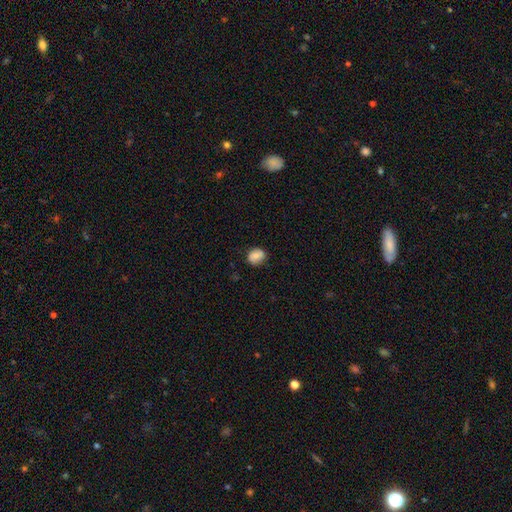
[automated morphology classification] Smooth or featured? smooth (73%)
How rounded? round (60%)
Merging? none (75%)